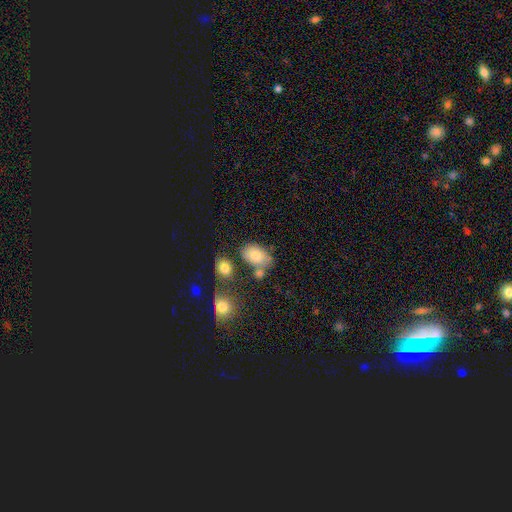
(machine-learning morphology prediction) smooth 79%, featured or disk 12%, star or artifact 9%. Down the decision tree: how rounded — in between (86%); merging — none (58%).